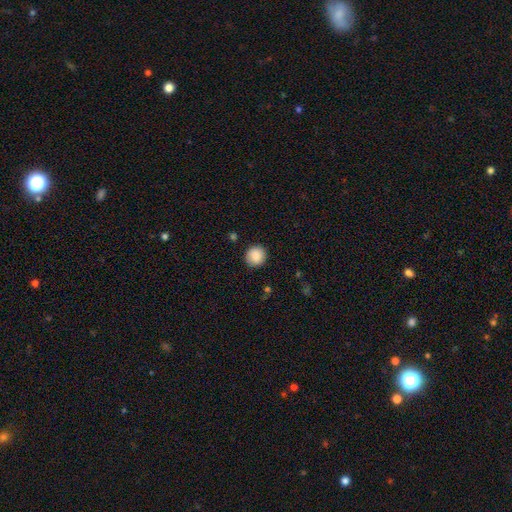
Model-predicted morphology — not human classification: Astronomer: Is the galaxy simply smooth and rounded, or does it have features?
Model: smooth — 88%.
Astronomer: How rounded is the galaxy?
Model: round — 92%.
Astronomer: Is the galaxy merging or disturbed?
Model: none — 89%.